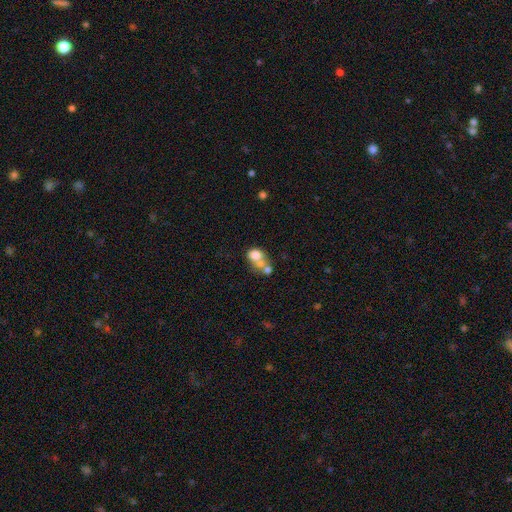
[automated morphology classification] type=smooth (67%); roundness=in between (55%); merging=merger (61%).